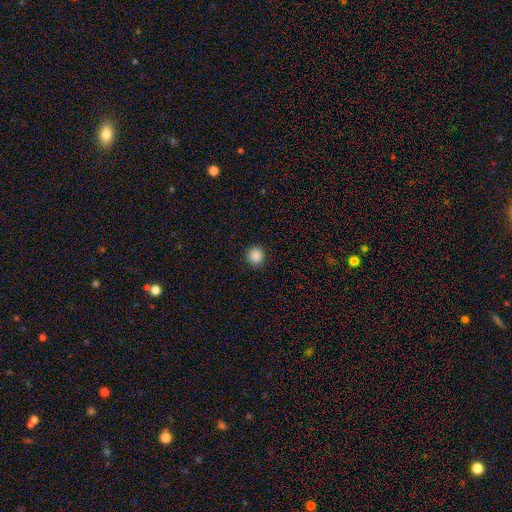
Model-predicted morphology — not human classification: Smooth or featured: smooth — 88% (star or artifact — 10%)
How rounded: round — 94% (in between — 5%)
Merging: none — 92% (minor disturbance — 5%)